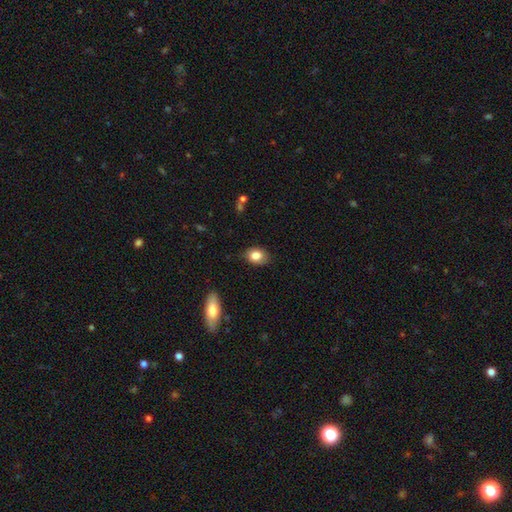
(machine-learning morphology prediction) smooth 83%, featured or disk 9%, star or artifact 8%. Down the decision tree: how rounded — in between (73%); merging — none (81%).